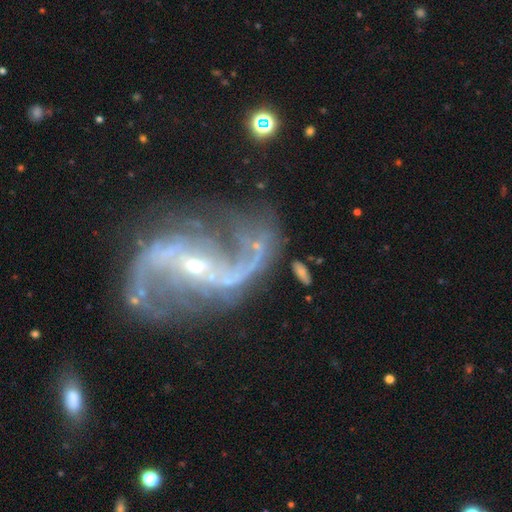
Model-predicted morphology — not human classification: The model was most divided on "bar": weak: 36%, no: 35%, strong: 29%. More confident: spiral arms — yes (98%); edge-on disk — no (98%); smooth or featured — featured or disk (93%); spiral arm count — 2 (92%); bulge size — small (81%); spiral winding — loose (68%); merging — none (67%).